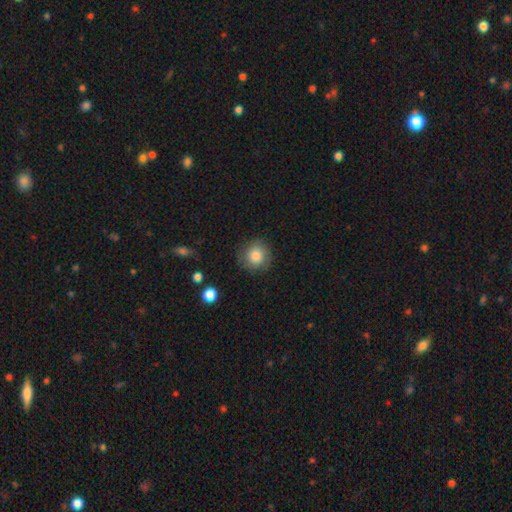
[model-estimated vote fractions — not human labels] Q: Smooth or featured?
A: smooth (83%); runner-up: featured or disk (9%)
Q: How rounded?
A: round (91%); runner-up: in between (8%)
Q: Merging?
A: none (83%); runner-up: minor disturbance (12%)